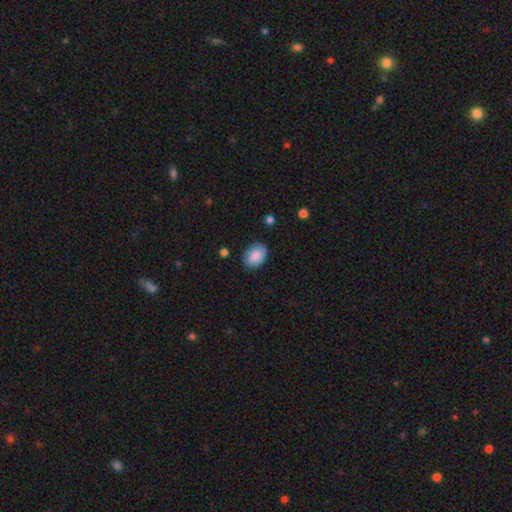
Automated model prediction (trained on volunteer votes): Smooth or featured? smooth (88%)
How rounded? in between (81%)
Merging? none (83%)